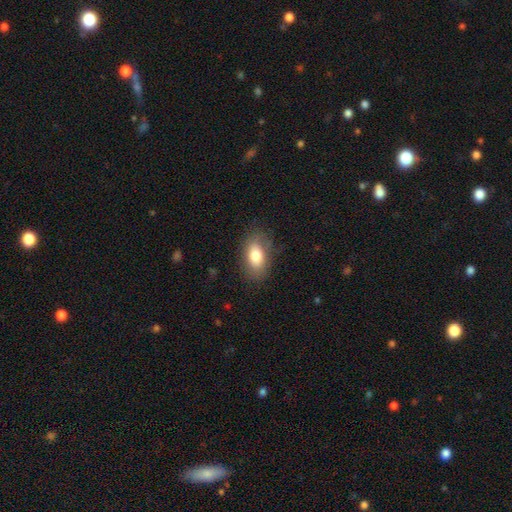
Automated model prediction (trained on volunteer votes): This is likely a smooth galaxy (77%). How rounded: clearly in between (89%). Merging: likely none (80%).